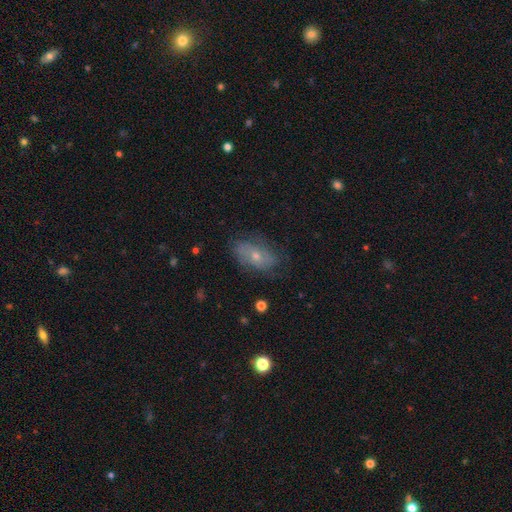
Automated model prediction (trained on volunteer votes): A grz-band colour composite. It shows a smooth galaxy with no disk features (46%). Merging: none (69%).